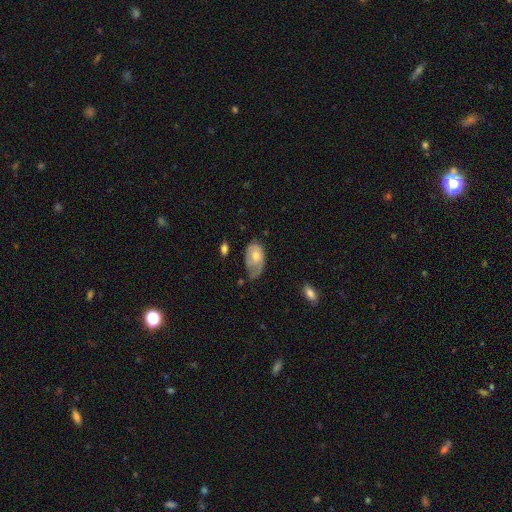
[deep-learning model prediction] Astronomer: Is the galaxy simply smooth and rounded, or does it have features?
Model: smooth — 48% (runner-up: featured or disk, 45%).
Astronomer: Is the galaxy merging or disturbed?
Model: minor disturbance — 38% (runner-up: none, 36%).